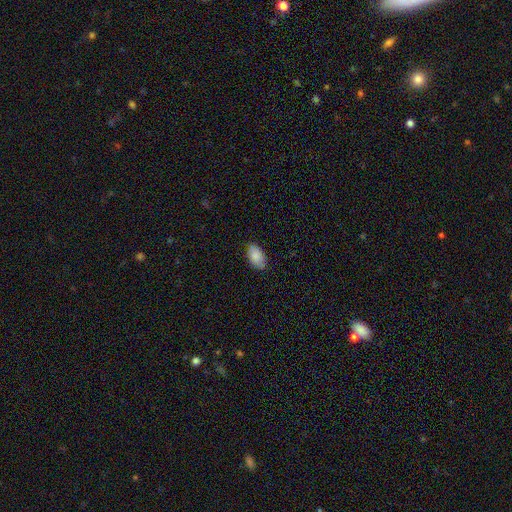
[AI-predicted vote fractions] A smooth galaxy with no disk features (85%) that is in between round and cigar-shaped (94%). Merging: none (79%).